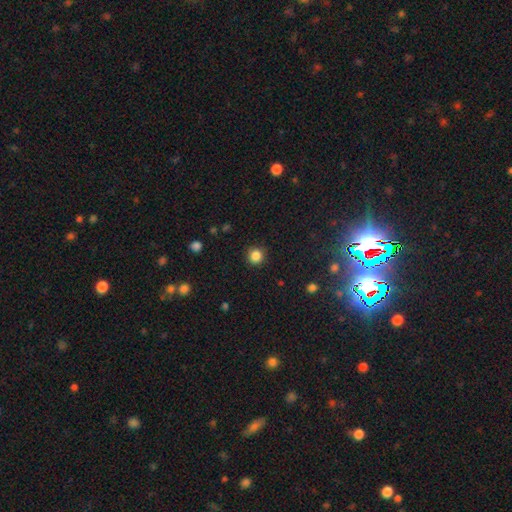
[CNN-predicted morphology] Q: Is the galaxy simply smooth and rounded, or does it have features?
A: smooth — 85%.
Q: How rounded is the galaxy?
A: round — 93%.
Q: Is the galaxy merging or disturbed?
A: none — 90%.